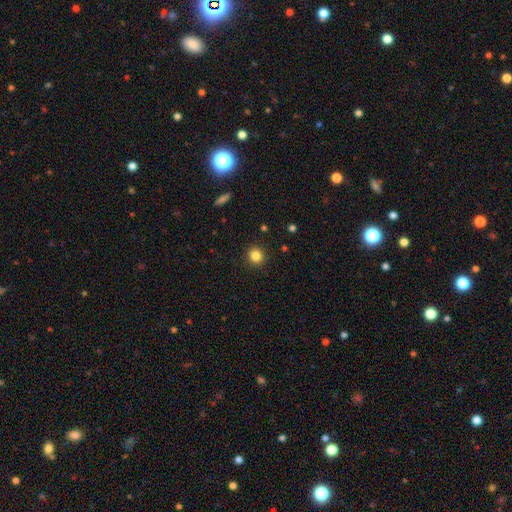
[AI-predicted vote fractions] smooth 83%, star or artifact 12%, featured or disk 5%. Down the decision tree: how rounded — round (92%); merging — none (92%).